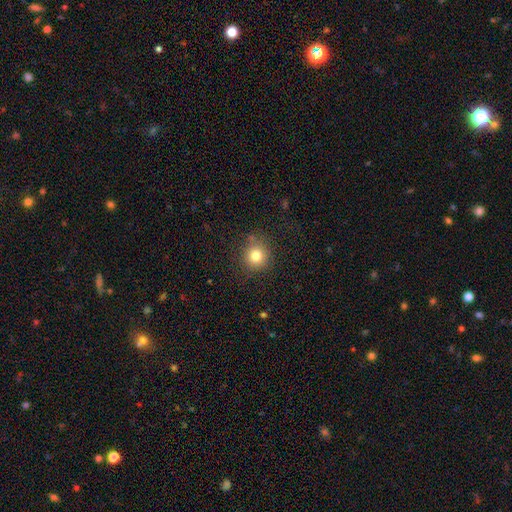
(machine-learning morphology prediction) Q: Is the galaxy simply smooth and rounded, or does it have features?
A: smooth — 79%.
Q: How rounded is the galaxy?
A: round — 90%.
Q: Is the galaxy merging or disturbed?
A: none — 84%.